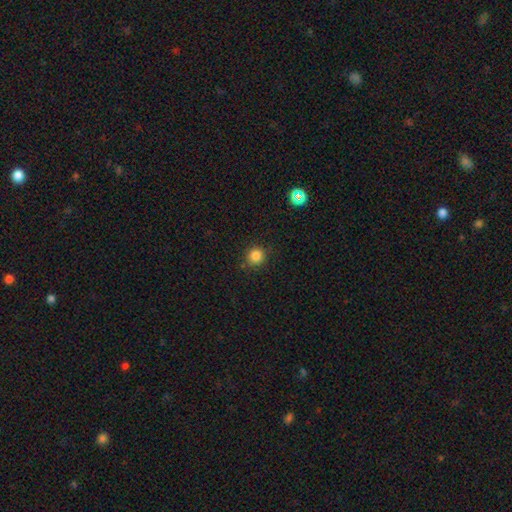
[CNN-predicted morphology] Smooth or featured: smooth — 83% (star or artifact — 12%)
How rounded: round — 92% (in between — 7%)
Merging: none — 87% (minor disturbance — 9%)